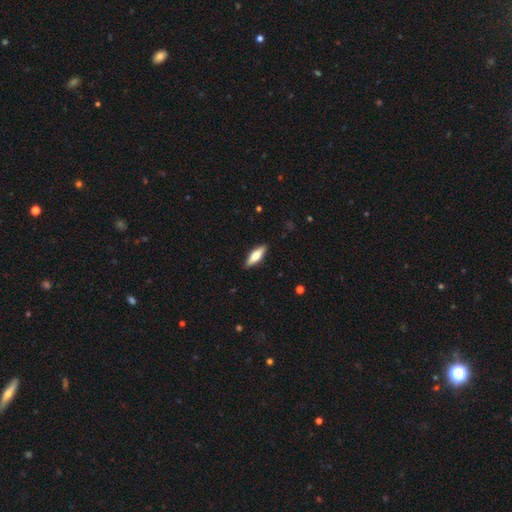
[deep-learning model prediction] smooth_or_featured: smooth (p=0.57) [alt: featured or disk p=0.38]
how_rounded: cigar-shaped (p=0.50) [alt: in between p=0.47]
merging: none (p=0.89) [alt: minor disturbance p=0.08]